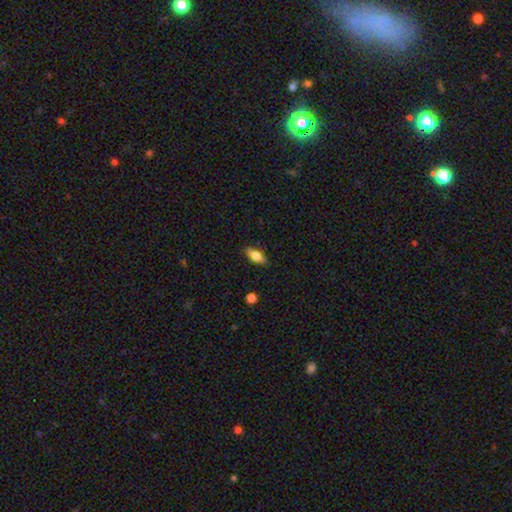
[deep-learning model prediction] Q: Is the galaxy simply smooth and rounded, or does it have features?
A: smooth — 72%.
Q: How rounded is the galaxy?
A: in between — 80%.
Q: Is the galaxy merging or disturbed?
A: none — 86%.